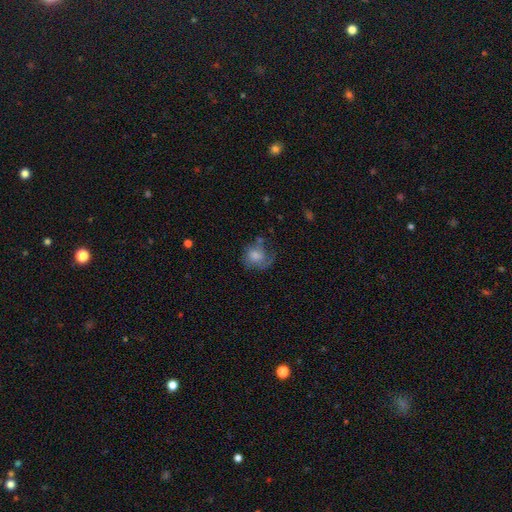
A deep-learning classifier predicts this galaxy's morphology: A smooth galaxy with no disk features (62%) that is round (63%). Merging: none (39%).